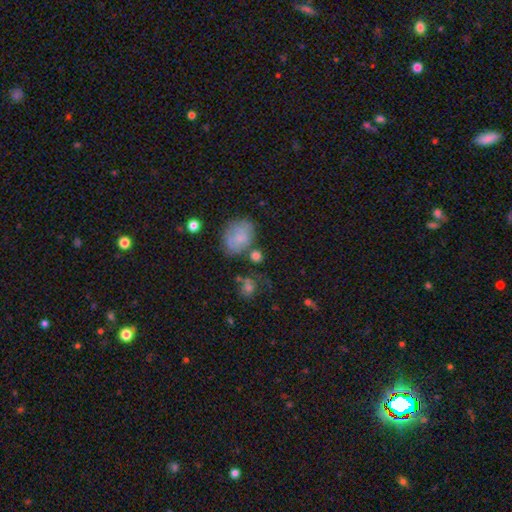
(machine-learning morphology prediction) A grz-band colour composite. It shows a smooth galaxy with no disk features (69%) that is round (62%). Merging: none (52%).